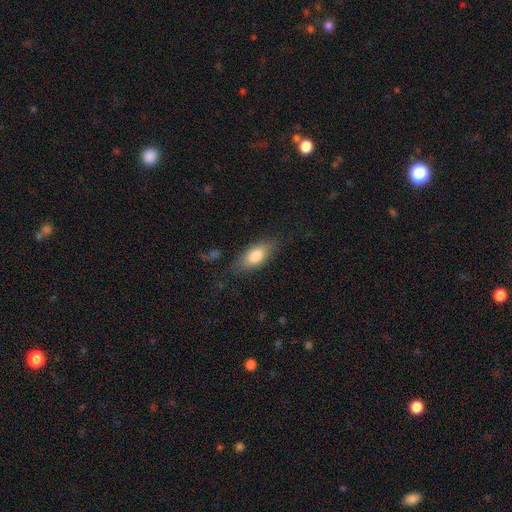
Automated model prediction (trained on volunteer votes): Smooth or featured?
  - smooth: 77% *
  - featured or disk: 17%
  - star or artifact: 7%
How rounded?
  - in between: 81% *
  - cigar-shaped: 15%
  - round: 4%
Merging?
  - none: 77% *
  - minor disturbance: 16%
  - major disturbance: 5%
  - merger: 2%